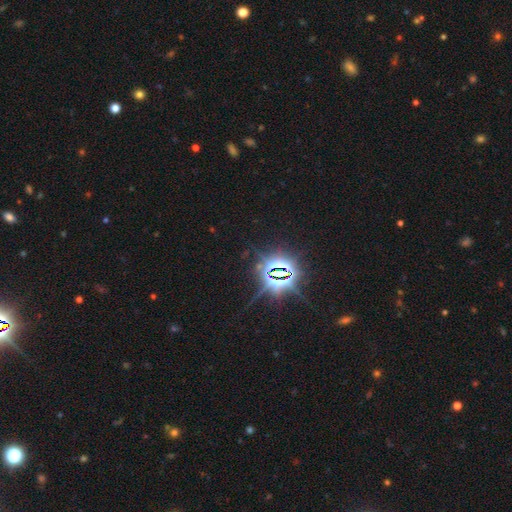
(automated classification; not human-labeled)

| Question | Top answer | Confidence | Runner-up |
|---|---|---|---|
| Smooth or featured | star or artifact | 85% | smooth (9%) |